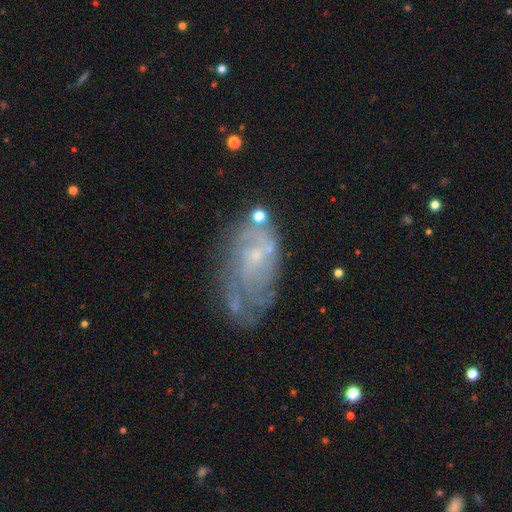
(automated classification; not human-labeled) featured or disk 68%, smooth 21%, star or artifact 11%. Down the decision tree: edge-on disk — no (95%); bar — no (72%); spiral arms — yes (72%); bulge size — small (72%); merging — none (54%).